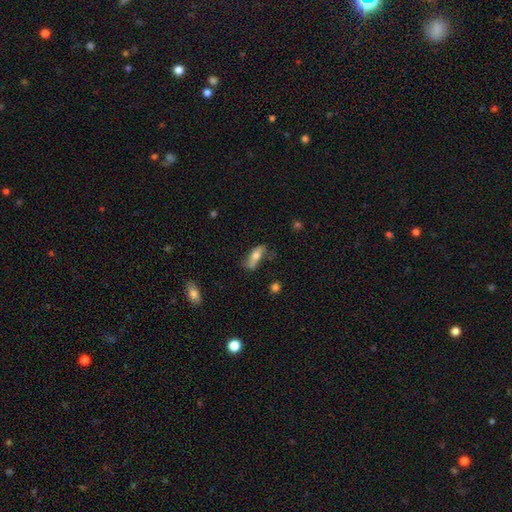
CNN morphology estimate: Smooth or featured? smooth (54%)
How rounded? in between (58%)
Merging? none (62%)